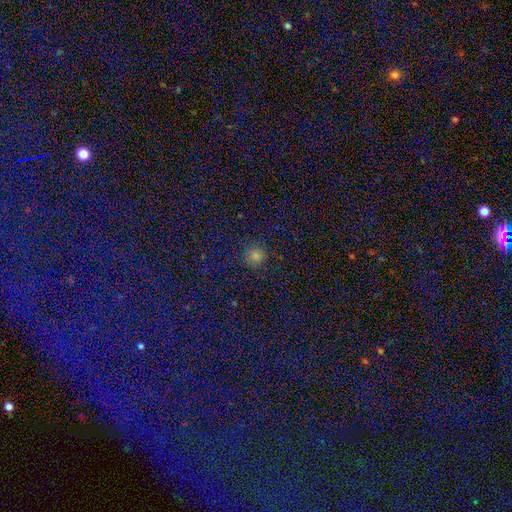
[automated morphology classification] type=smooth (75%); roundness=round (94%); merging=none (90%).